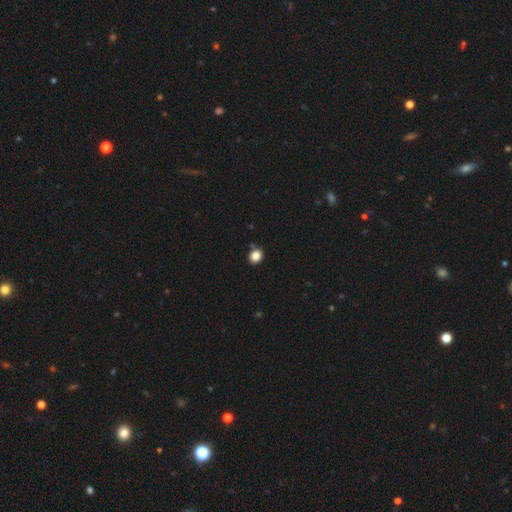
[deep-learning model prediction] This is clearly a smooth galaxy (85%). How rounded: likely round (62%). Merging: clearly none (84%).